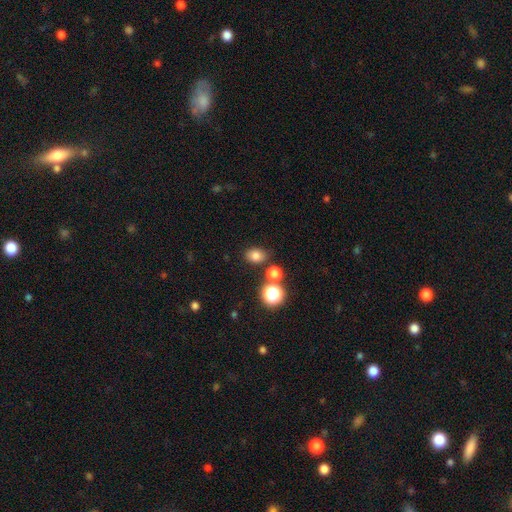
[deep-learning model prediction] smooth-or-featured: smooth: 78% | star or artifact: 15% | featured or disk: 6%
  how-rounded: in between: 58% | round: 41% | cigar-shaped: 1%
  merging: none: 79% | minor disturbance: 11% | merger: 7% | major disturbance: 3%